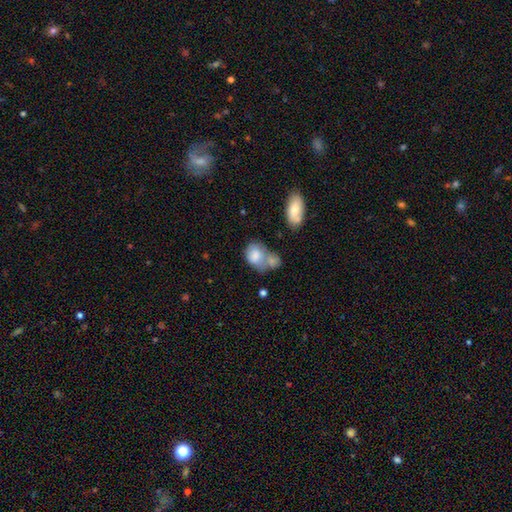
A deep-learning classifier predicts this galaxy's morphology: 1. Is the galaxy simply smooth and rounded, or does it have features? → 77% smooth, 16% featured or disk, 7% star or artifact.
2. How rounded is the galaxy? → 69% in between, 30% round, 1% cigar-shaped.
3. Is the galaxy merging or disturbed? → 54% merger, 23% none, 14% minor disturbance, 9% major disturbance.